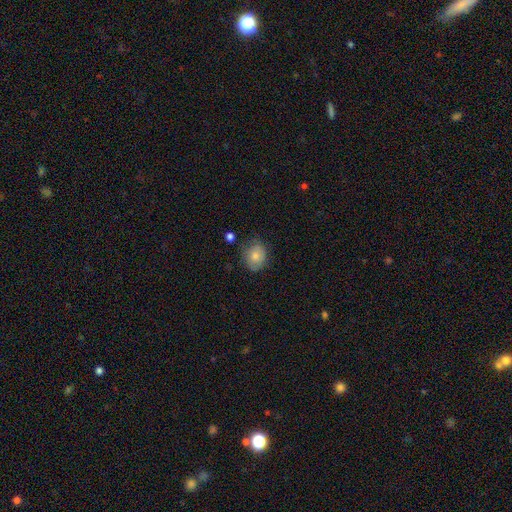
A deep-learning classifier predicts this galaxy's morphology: A smooth galaxy with no disk features (77%) that is round (57%). Merging: none (70%).